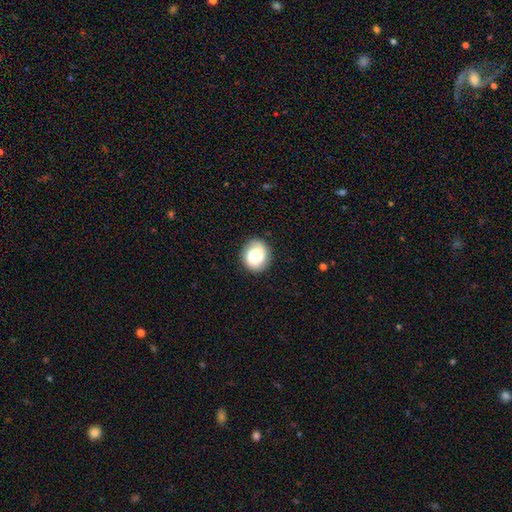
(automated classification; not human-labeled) Overall: smooth (62%; featured or disk 29%). How rounded: round (74%). Merging: none (83%).